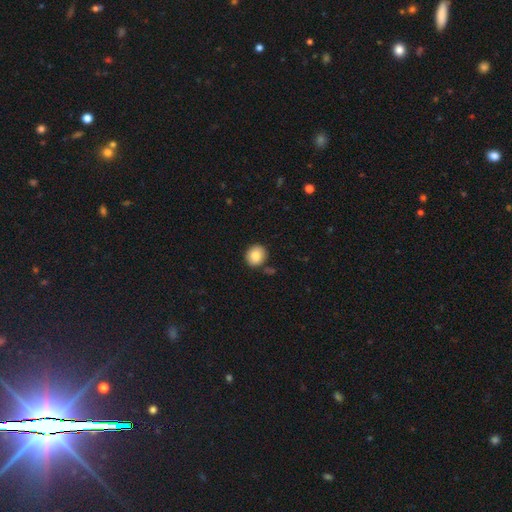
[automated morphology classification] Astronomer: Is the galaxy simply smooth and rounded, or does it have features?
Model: smooth — 85%.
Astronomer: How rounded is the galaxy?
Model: round — 77%.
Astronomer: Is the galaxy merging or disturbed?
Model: none — 82%.